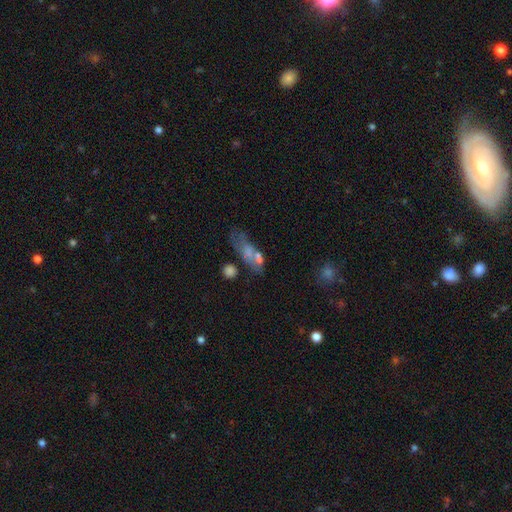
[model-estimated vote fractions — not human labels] Smooth or featured?
  - smooth: 54% *
  - featured or disk: 33%
  - star or artifact: 13%
How rounded?
  - in between: 58% *
  - cigar-shaped: 35%
  - round: 7%
Merging?
  - none: 38% *
  - merger: 24%
  - minor disturbance: 20%
  - major disturbance: 18%